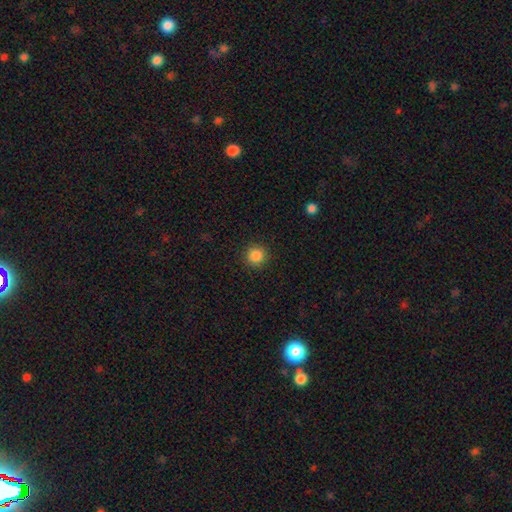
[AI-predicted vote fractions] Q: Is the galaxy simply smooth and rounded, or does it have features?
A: smooth — 86%.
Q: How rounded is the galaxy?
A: round — 94%.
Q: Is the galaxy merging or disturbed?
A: none — 91%.